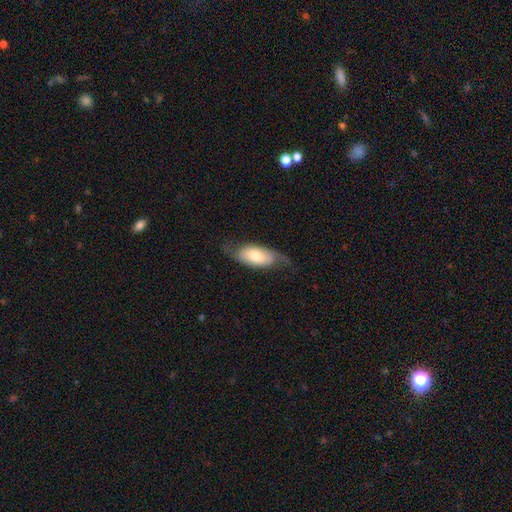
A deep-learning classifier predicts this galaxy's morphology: smooth_or_featured: featured or disk (p=0.48) [alt: smooth p=0.46]
merging: none (p=0.58) [alt: minor disturbance p=0.25]